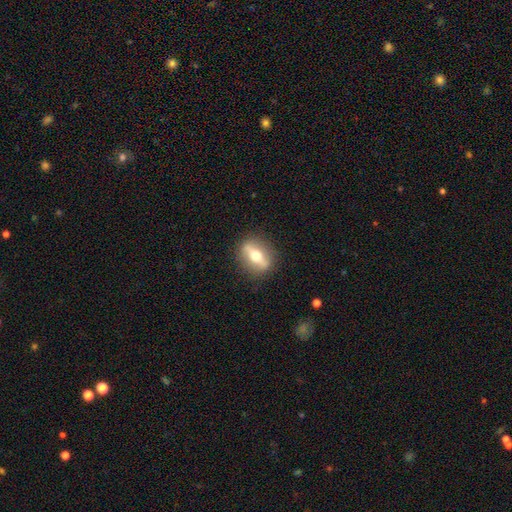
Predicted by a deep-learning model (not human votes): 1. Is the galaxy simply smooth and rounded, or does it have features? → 62% featured or disk, 32% smooth, 7% star or artifact.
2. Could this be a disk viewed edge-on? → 63% yes, 37% no.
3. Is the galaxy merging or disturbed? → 86% none, 9% minor disturbance, 4% major disturbance, 1% merger.